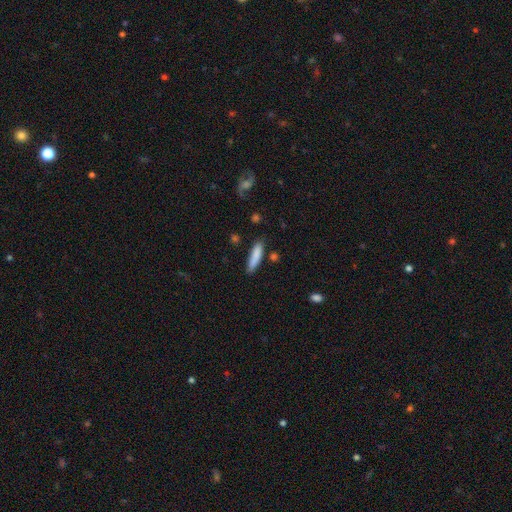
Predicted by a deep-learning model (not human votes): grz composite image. It shows a smooth galaxy with no disk features (85%) that is cigar-shaped (82%). Merging: none (82%).